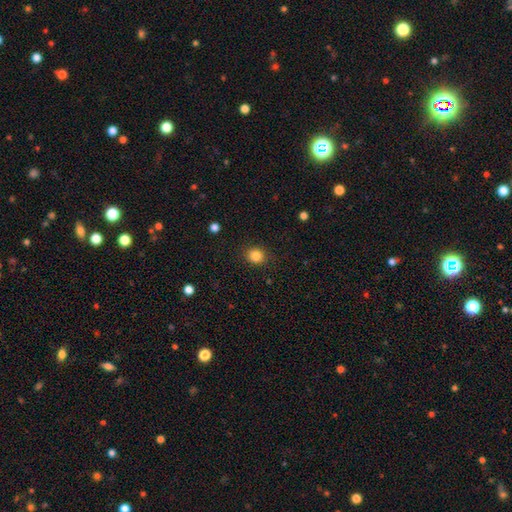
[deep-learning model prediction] Q: Smooth or featured?
A: smooth (85%); runner-up: star or artifact (11%)
Q: How rounded?
A: round (84%); runner-up: in between (15%)
Q: Merging?
A: none (88%); runner-up: minor disturbance (8%)